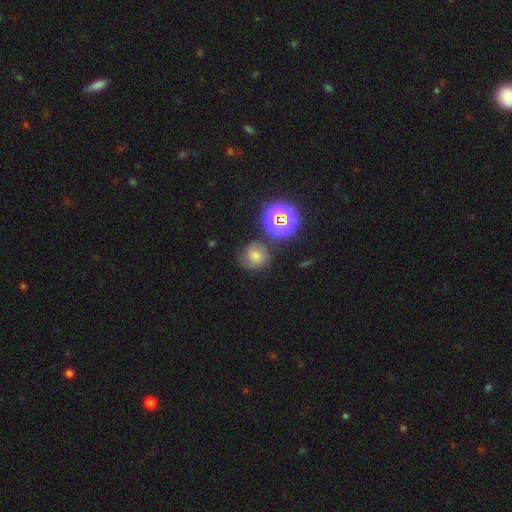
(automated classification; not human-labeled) A smooth galaxy with no disk features (38%). Merging: none (72%).